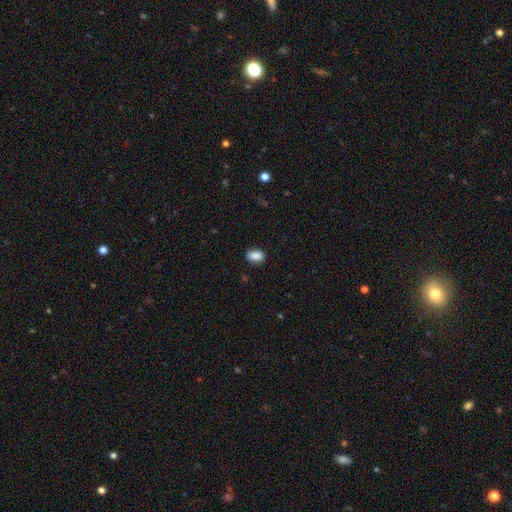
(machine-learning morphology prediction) This is clearly a smooth galaxy (86%). How rounded: clearly in between (83%). Merging: clearly none (83%).